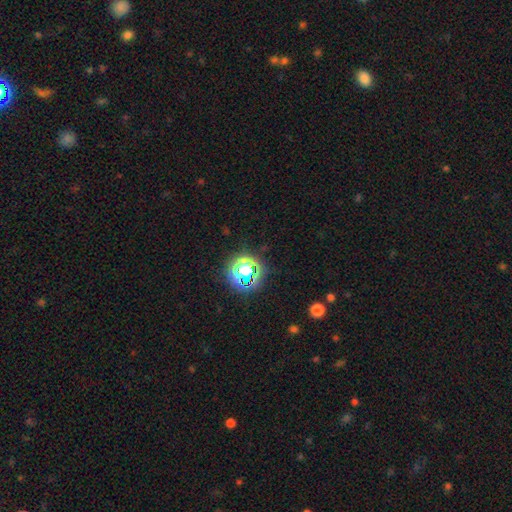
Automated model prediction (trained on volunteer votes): This is likely a star or artifact rather than a galaxy (77%).